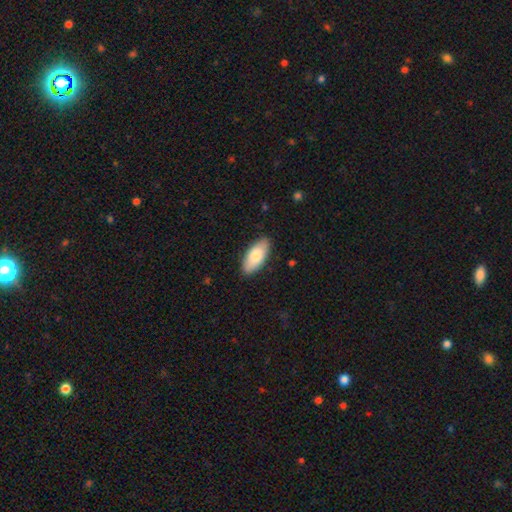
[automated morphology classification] Smooth or featured: smooth — 79% (featured or disk — 16%)
How rounded: in between — 89% (cigar-shaped — 9%)
Merging: none — 88% (minor disturbance — 9%)